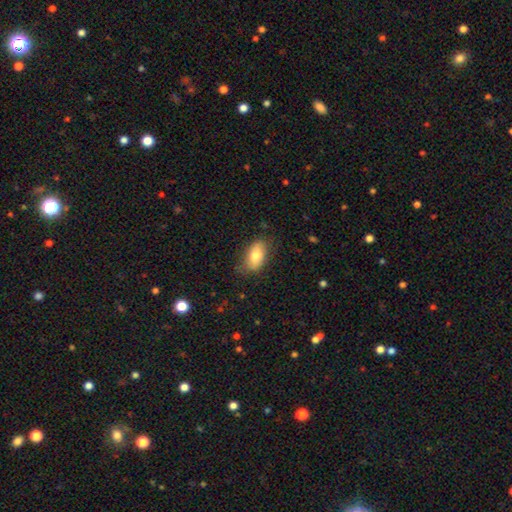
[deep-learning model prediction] A smooth galaxy with no disk features (73%) that is in between round and cigar-shaped (90%). Merging: none (74%).